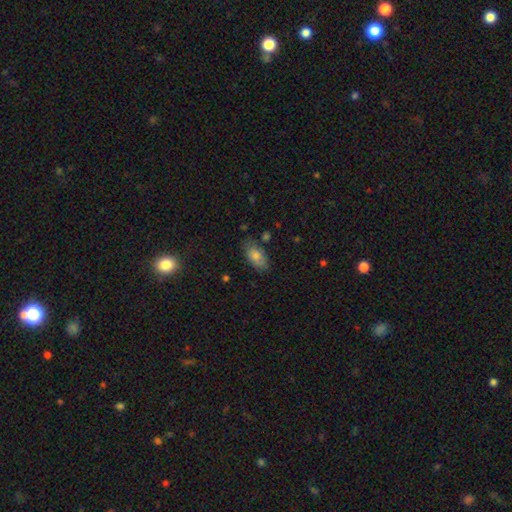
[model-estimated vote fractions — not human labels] Smooth or featured: smooth — 74% (featured or disk — 17%)
How rounded: in between — 92% (cigar-shaped — 4%)
Merging: none — 75% (minor disturbance — 19%)